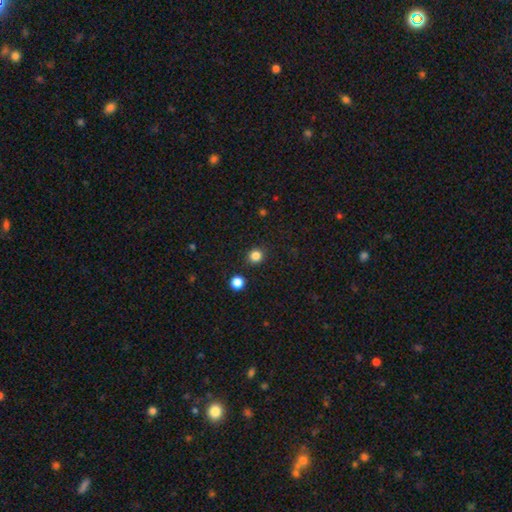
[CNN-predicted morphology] Smooth or featured? Predicted: smooth (p=0.84). How rounded? Predicted: round (p=0.90). Merging? Predicted: none (p=0.91).